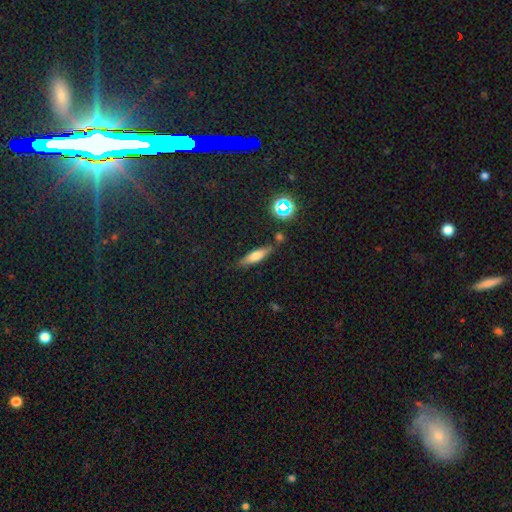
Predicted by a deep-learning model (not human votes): A smooth galaxy with no disk features (58%) that is cigar-shaped (66%).

Vote fractions:
- Smooth or featured? smooth: 58% / featured or disk: 29% / star or artifact: 13%
- How rounded? cigar-shaped: 66% / in between: 31% / round: 4%
- Merging? none: 79% / minor disturbance: 12% / merger: 6% / major disturbance: 3%